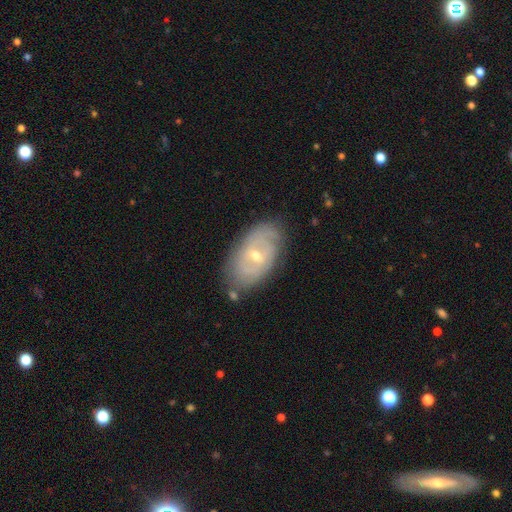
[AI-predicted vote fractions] This is likely a featured or disk galaxy (73%). It is clearly not viewed edge-on (93%). Bar: possibly no (45%). Spiral arm pattern: likely yes (78%). Spiral arm count: marginally can't tell (44%). Spiral winding: likely tight (64%). Central bulge: possibly small (52%). Merging: likely none (75%).